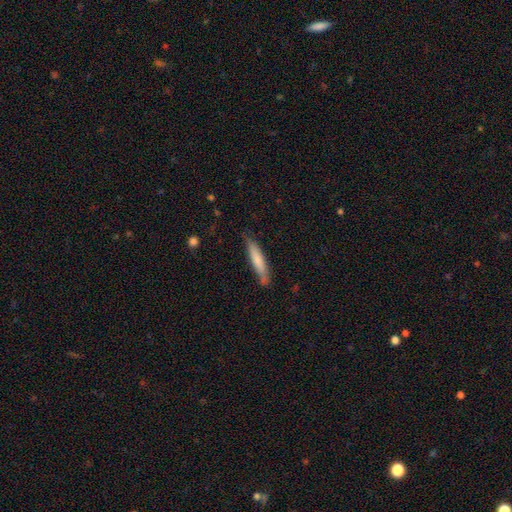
smooth 55%, featured or disk 42%, star or artifact 3%. Down the decision tree: how rounded — cigar-shaped (100%); merging — none (84%).